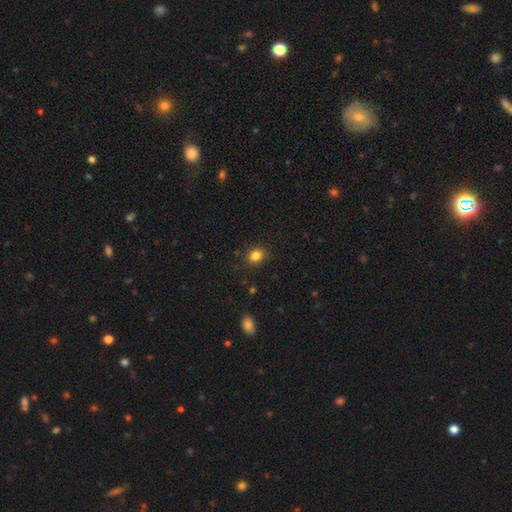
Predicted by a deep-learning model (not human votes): Smooth or featured: smooth — 84% (star or artifact — 12%)
How rounded: round — 61% (in between — 38%)
Merging: none — 87% (minor disturbance — 9%)